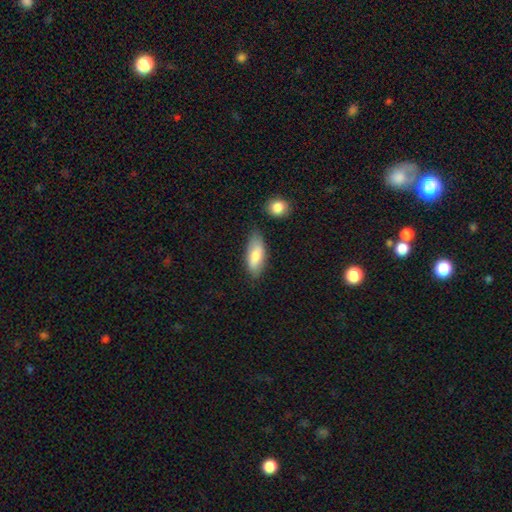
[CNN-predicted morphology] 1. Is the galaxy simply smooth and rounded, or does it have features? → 78% smooth, 16% featured or disk, 6% star or artifact.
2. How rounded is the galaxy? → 77% in between, 21% cigar-shaped, 2% round.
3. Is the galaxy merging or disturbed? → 74% none, 18% minor disturbance, 5% merger, 3% major disturbance.